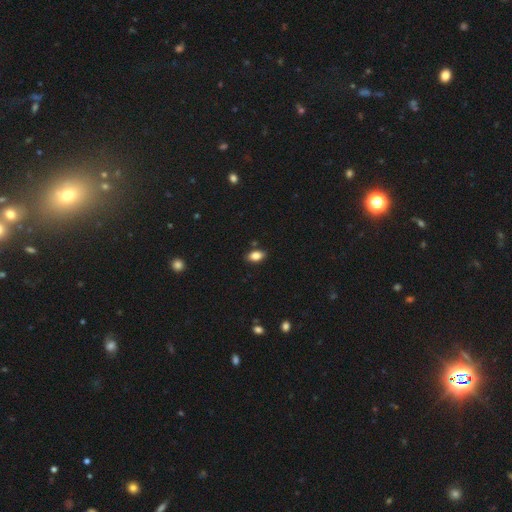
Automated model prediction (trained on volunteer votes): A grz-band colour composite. It shows a smooth galaxy with no disk features (85%) that is in between round and cigar-shaped (91%). Merging: none (85%).